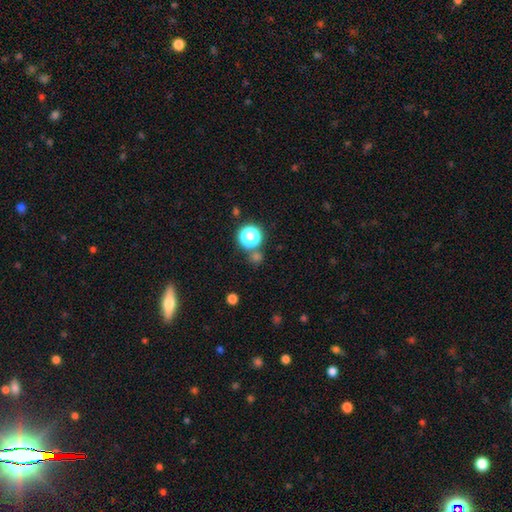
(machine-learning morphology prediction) Smooth or featured? star or artifact (48%)